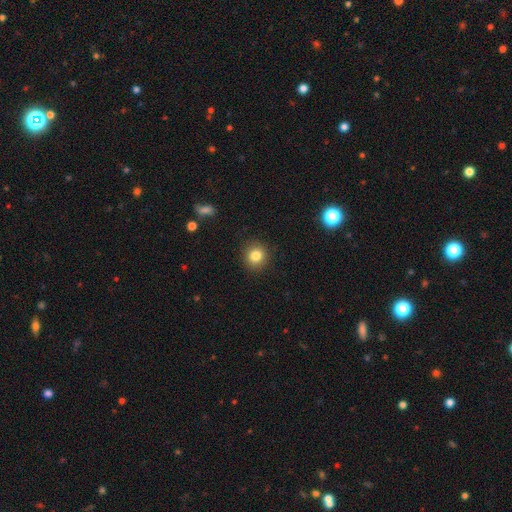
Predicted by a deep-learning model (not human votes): The model was most divided on "smooth or featured": smooth: 83%, star or artifact: 11%, featured or disk: 6%. More confident: merging — none (90%); how rounded — round (89%).